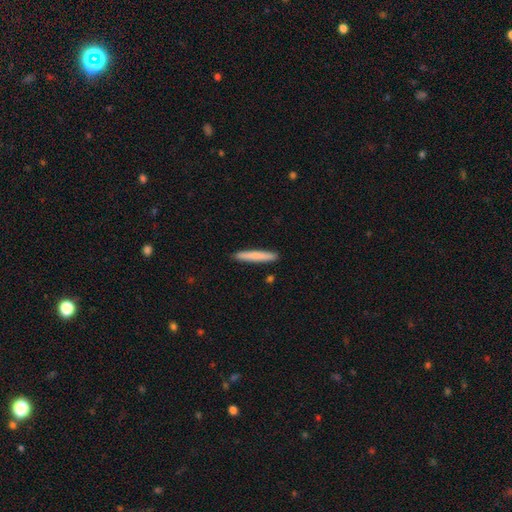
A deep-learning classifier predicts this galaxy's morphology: Smooth or featured: smooth — 78% (featured or disk — 16%)
How rounded: cigar-shaped — 96% (in between — 3%)
Merging: none — 91% (minor disturbance — 6%)